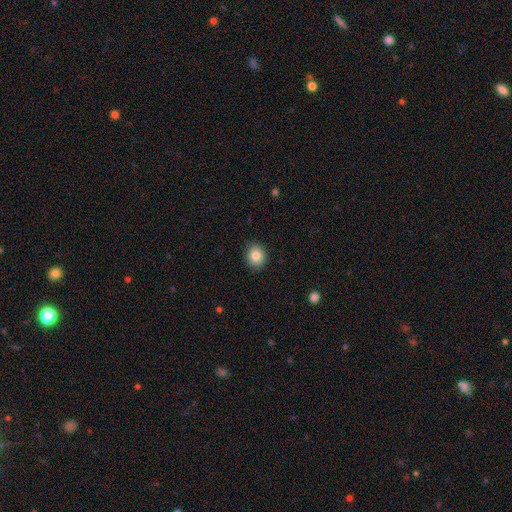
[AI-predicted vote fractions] A smooth galaxy with no disk features (83%) that is round (68%).

Vote fractions:
- Smooth or featured? smooth: 83% / star or artifact: 9% / featured or disk: 8%
- How rounded? round: 68% / in between: 31% / cigar-shaped: 1%
- Merging? none: 89% / minor disturbance: 8% / major disturbance: 2% / merger: 1%